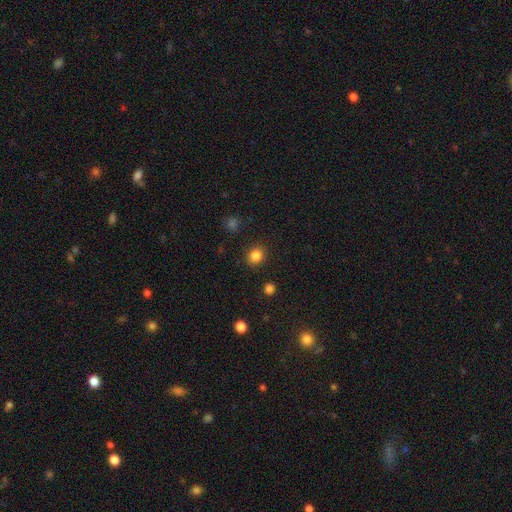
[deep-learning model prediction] This is clearly a smooth galaxy (84%). How rounded: likely round (70%). Merging: clearly none (89%).